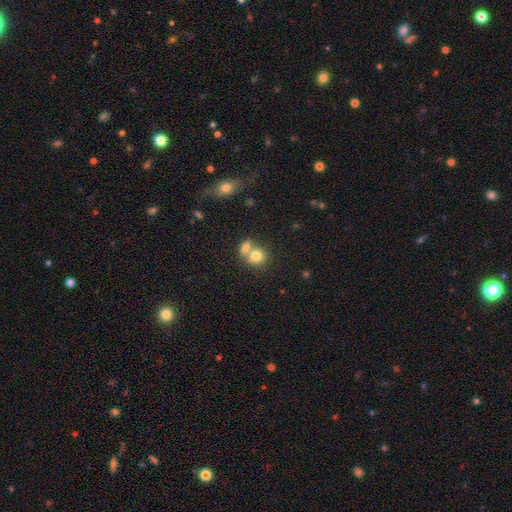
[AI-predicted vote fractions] Overall: smooth (77%). How rounded: round (72%). Merging: merger (58%; none 32%).